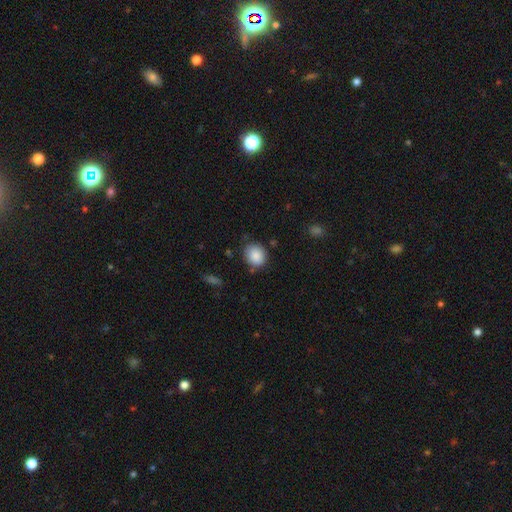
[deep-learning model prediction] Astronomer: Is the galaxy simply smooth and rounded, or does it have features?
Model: smooth — 86%.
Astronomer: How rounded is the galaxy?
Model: round — 73%.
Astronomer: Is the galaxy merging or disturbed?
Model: none — 80%.